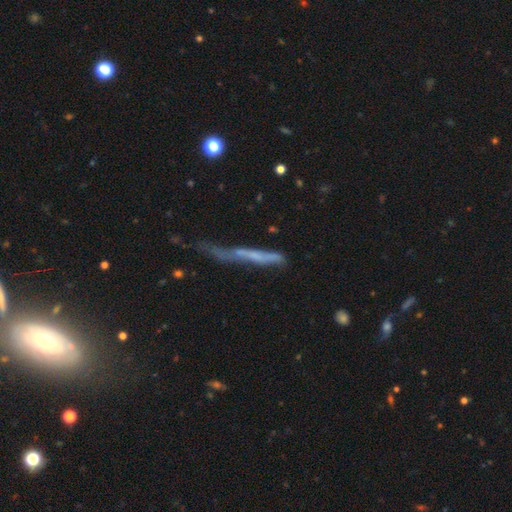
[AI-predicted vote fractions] Smooth or featured: featured or disk — 45% (smooth — 43%)
Merging: none — 42% (minor disturbance — 27%)